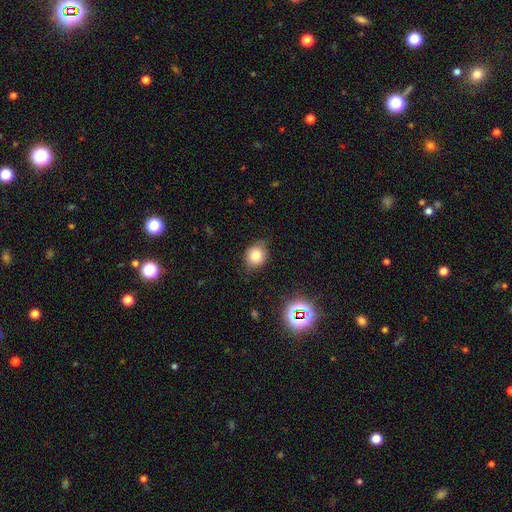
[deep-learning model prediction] Smooth or featured? Predicted: smooth (p=0.76). How rounded? Predicted: round (p=0.62). Merging? Predicted: none (p=0.73).